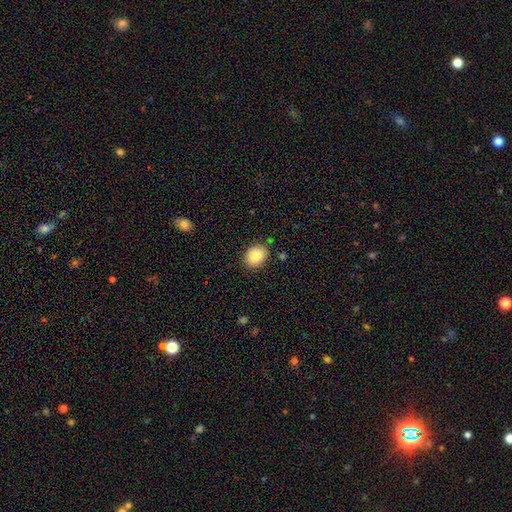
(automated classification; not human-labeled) A smooth galaxy with no disk features (88%) that is in between round and cigar-shaped (58%). Merging: none (84%).